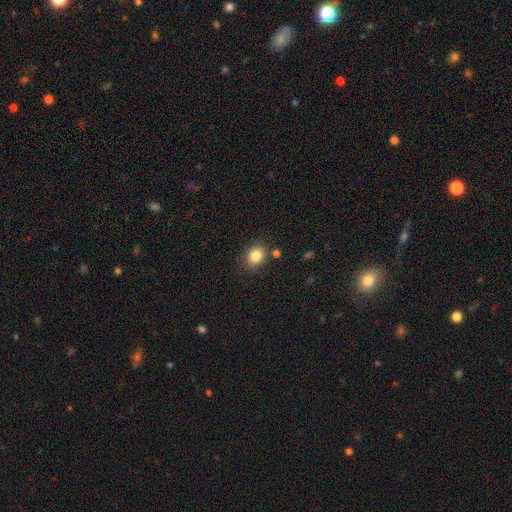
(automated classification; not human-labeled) smooth-or-featured: smooth: 84% | star or artifact: 10% | featured or disk: 5%
  how-rounded: round: 55% | in between: 45% | cigar-shaped: 1%
  merging: none: 81% | minor disturbance: 10% | merger: 6% | major disturbance: 3%